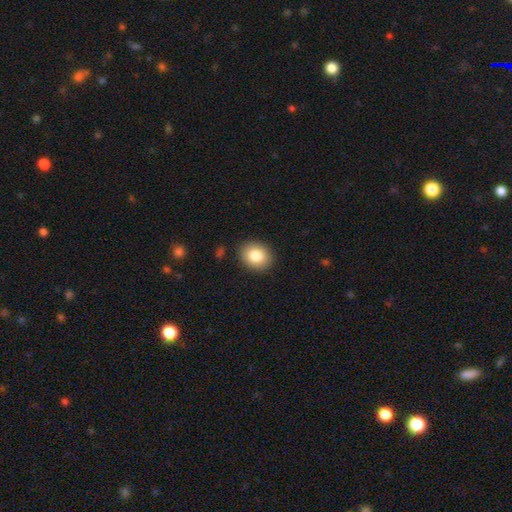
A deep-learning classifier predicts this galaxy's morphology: A smooth galaxy with no disk features (83%) that is round (55%). Merging: none (88%).